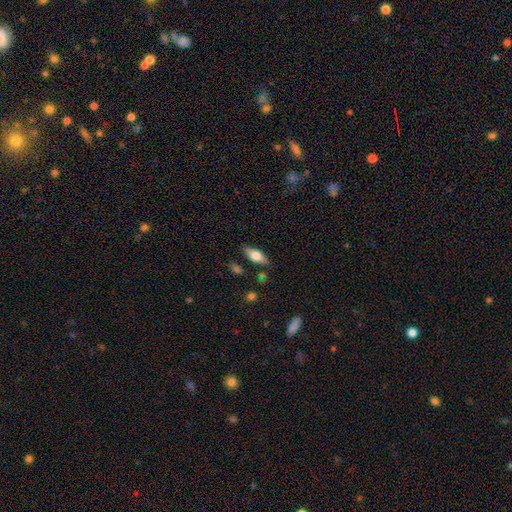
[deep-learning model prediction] Smooth or featured? Predicted: smooth (p=0.63). How rounded? Predicted: in between (p=0.75). Merging? Predicted: none (p=0.80).